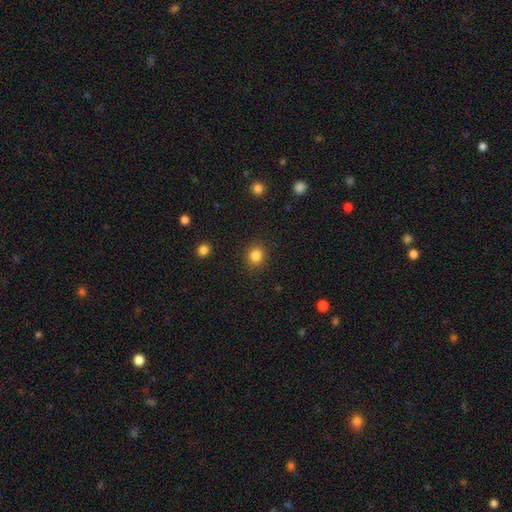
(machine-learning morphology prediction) A smooth galaxy with no disk features (85%) that is round (81%).

Vote fractions:
- Smooth or featured? smooth: 85% / star or artifact: 11% / featured or disk: 4%
- How rounded? round: 81% / in between: 18% / cigar-shaped: 1%
- Merging? none: 89% / minor disturbance: 7% / major disturbance: 3% / merger: 1%